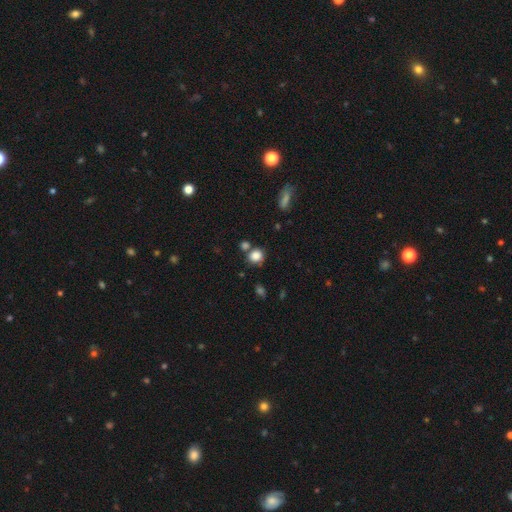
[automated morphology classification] smooth 83%, star or artifact 11%, featured or disk 6%. Down the decision tree: how rounded — round (77%); merging — none (62%).